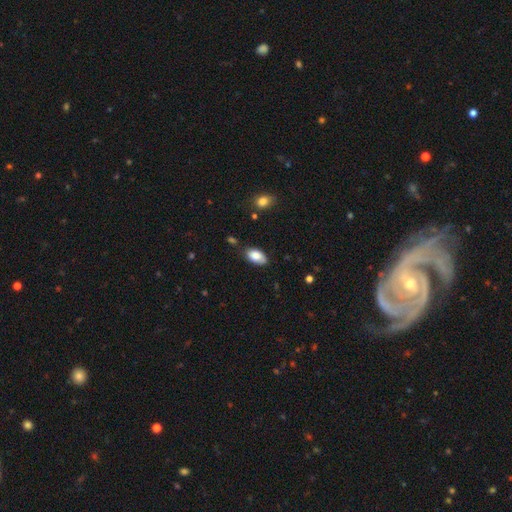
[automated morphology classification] A smooth galaxy with no disk features (83%) that is in between round and cigar-shaped (94%). Merging: none (74%).